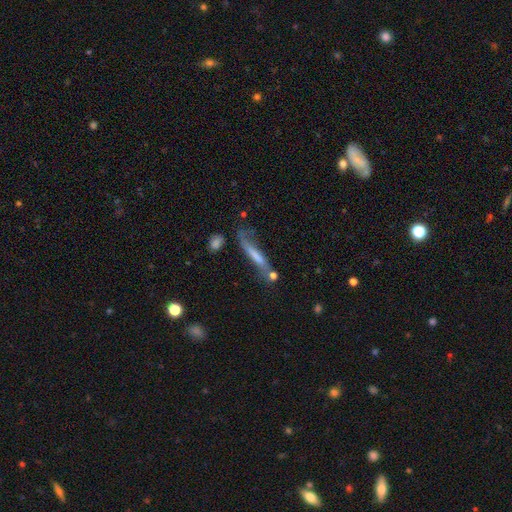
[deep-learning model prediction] Q: Smooth or featured?
A: featured or disk (47%); runner-up: smooth (44%)
Q: Merging?
A: none (50%); runner-up: minor disturbance (25%)